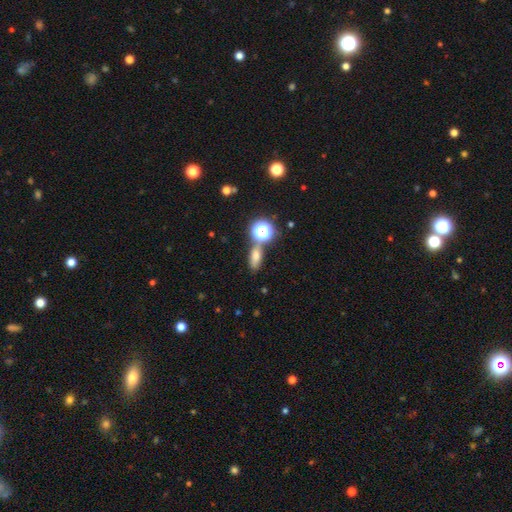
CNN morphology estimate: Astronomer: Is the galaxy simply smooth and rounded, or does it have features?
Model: smooth — 66%.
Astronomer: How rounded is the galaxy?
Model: in between — 63%.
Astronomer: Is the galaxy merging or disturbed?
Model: none — 69%.